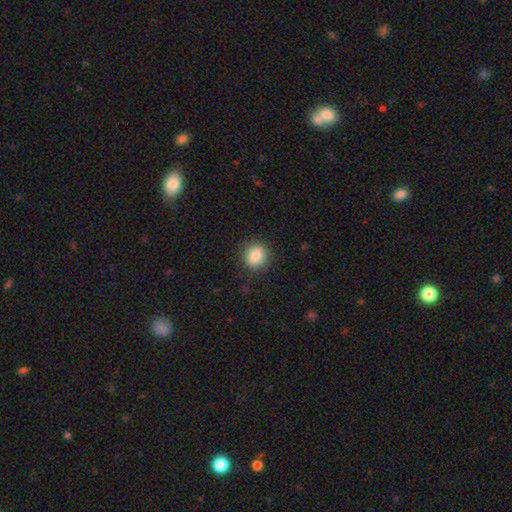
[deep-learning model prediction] Smooth or featured? smooth (86%)
How rounded? round (80%)
Merging? none (88%)